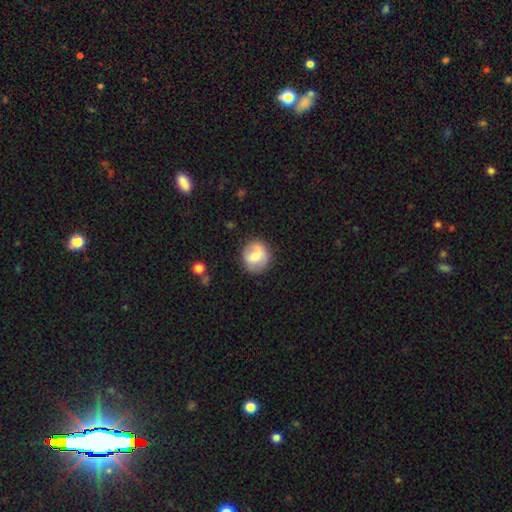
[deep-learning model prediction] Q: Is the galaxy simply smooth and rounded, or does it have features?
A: smooth — 71%.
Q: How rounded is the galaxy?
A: round — 87%.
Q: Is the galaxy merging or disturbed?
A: none — 79%.